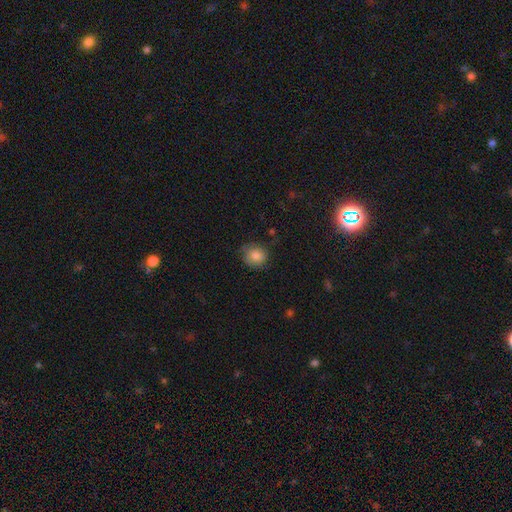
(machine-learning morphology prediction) The model was most divided on "merging": none: 71%, minor disturbance: 22%, major disturbance: 5%, merger: 1%. More confident: smooth or featured — smooth (83%); how rounded — round (81%).